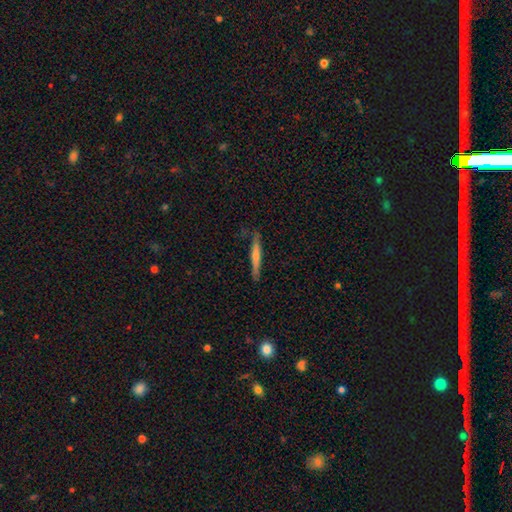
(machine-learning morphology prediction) Smooth or featured? featured or disk (65%)
Edge-on disk? yes (96%)
Edge-on bulge? rounded (66%)
Merging? none (85%)